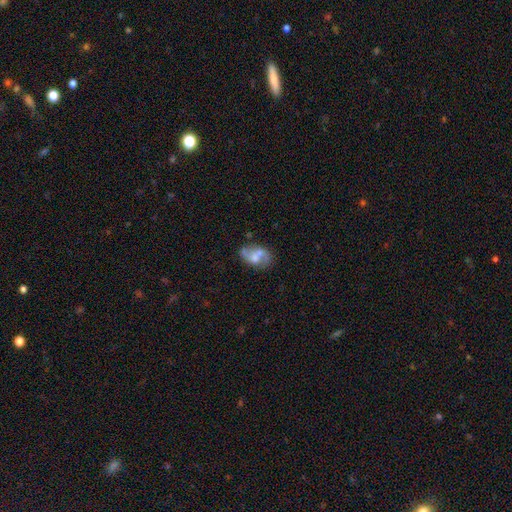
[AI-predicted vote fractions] smooth-or-featured: featured or disk: 66% | smooth: 26% | star or artifact: 8%
  disk-edge-on: no: 97% | yes: 3%
    bar: no: 57% | weak: 35% | strong: 9%
    has-spiral-arms: yes: 78% | no: 22%
    bulge-size: moderate: 42% | small: 32% | none: 16% | large: 8% | dominant: 2%
  merging: none: 54% | minor disturbance: 20% | merger: 15% | major disturbance: 11%